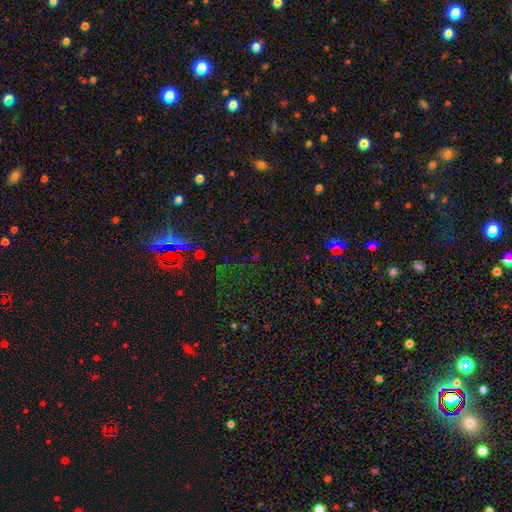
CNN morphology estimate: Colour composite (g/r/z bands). It shows a star or artifact, not a galaxy (70%).